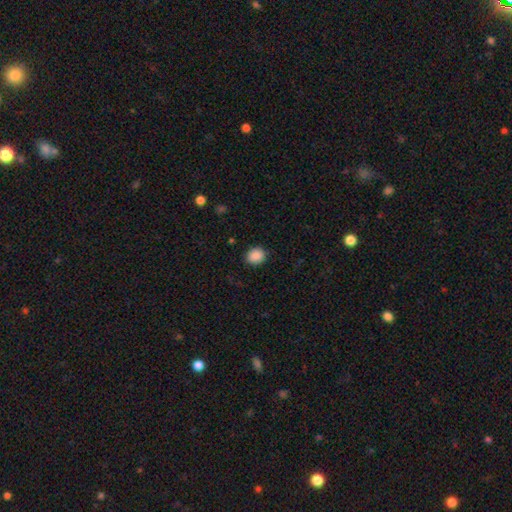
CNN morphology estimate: A smooth galaxy with no disk features (89%) that is round (67%). Merging: none (89%).